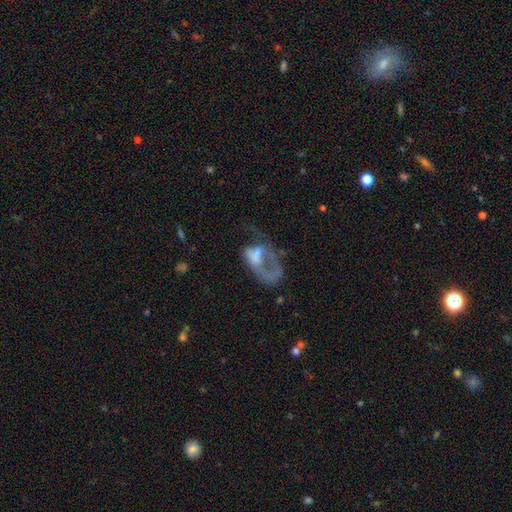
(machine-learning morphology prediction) Smooth or featured? Predicted: featured or disk (p=0.58). Edge-on disk? Predicted: no (p=0.96). Bar? Predicted: no (p=0.73). Spiral arms? Predicted: no (p=0.63). Bulge size? Predicted: none (p=0.37). Merging? Predicted: major disturbance (p=0.57).